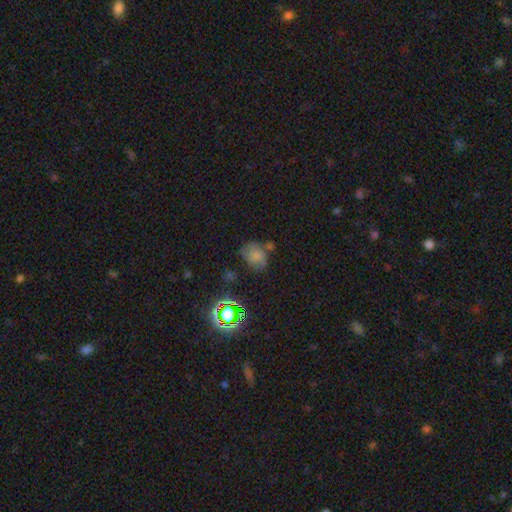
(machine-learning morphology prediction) Smooth or featured? Predicted: smooth (p=0.66). How rounded? Predicted: in between (p=0.60). Merging? Predicted: none (p=0.51).